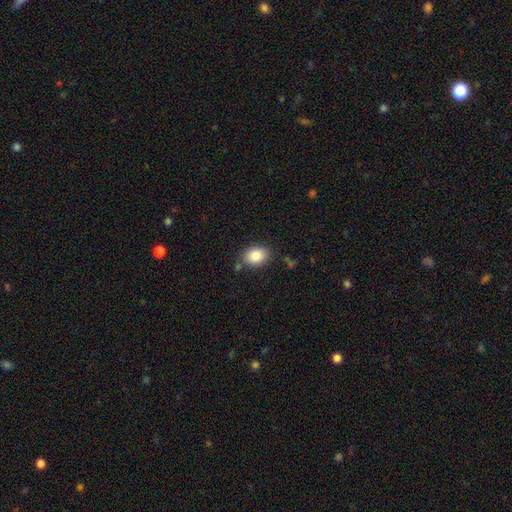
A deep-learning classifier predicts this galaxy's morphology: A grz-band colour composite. It shows a smooth galaxy with no disk features (84%) that is in between round and cigar-shaped (61%). Merging: none (81%).